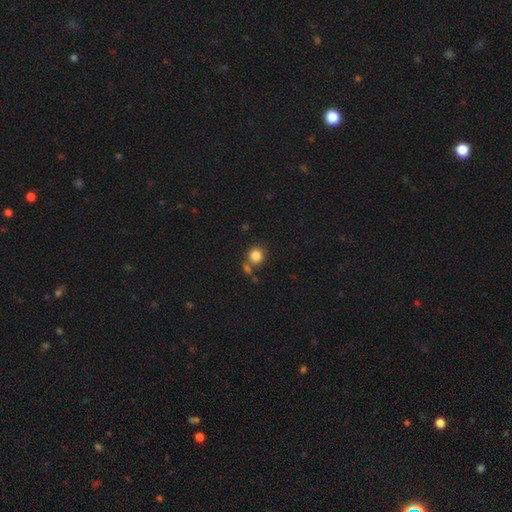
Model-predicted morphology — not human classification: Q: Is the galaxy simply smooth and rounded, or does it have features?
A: smooth — 84%.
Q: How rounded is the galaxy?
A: round — 89%.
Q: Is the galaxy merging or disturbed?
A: none — 69%.